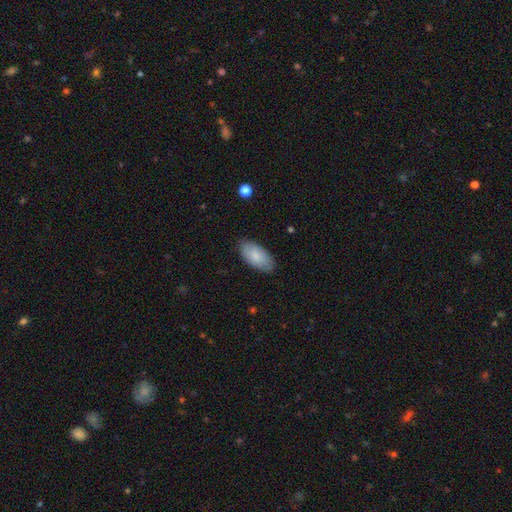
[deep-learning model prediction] smooth-or-featured: smooth: 82% | featured or disk: 12% | star or artifact: 6%
  how-rounded: in between: 94% | cigar-shaped: 4% | round: 2%
  merging: none: 83% | minor disturbance: 13% | major disturbance: 2% | merger: 1%